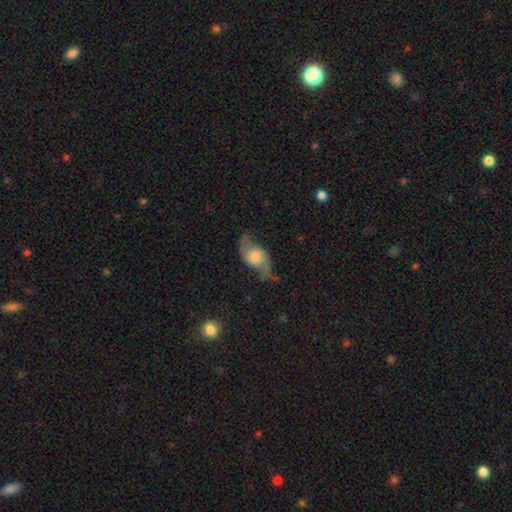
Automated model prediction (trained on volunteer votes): smooth_or_featured: featured or disk (p=0.74) [alt: smooth p=0.19]
disk_edge_on: no (p=0.95) [alt: yes p=0.05]
bar: no (p=0.56) [alt: weak p=0.35]
has_spiral_arms: yes (p=0.92) [alt: no p=0.08]
spiral_winding: loose (p=0.68) [alt: medium p=0.25]
spiral_arm_count: 2 (p=0.91) [alt: can't tell p=0.04]
bulge_size: moderate (p=0.41) [alt: small p=0.34]
merging: none (p=0.59) [alt: minor disturbance p=0.22]